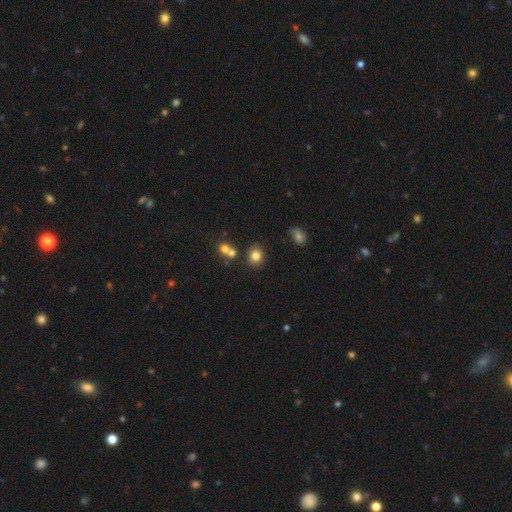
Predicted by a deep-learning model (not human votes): This is likely a smooth galaxy (79%). How rounded: likely round (73%). Merging: likely none (74%).